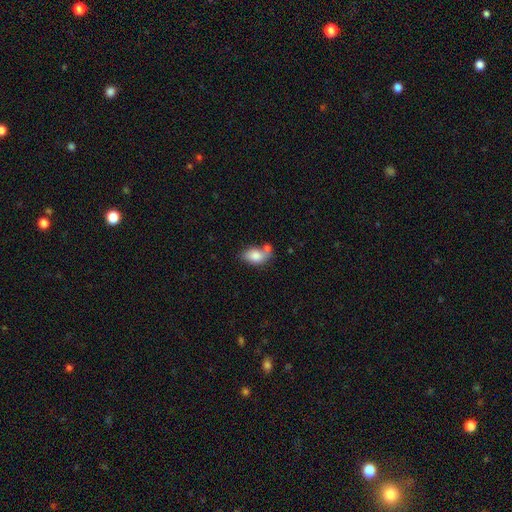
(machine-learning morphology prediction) Smooth or featured? Predicted: smooth (p=0.80). How rounded? Predicted: in between (p=0.85). Merging? Predicted: none (p=0.41).